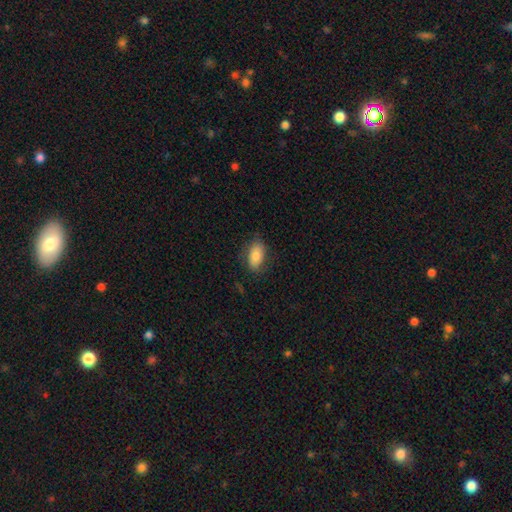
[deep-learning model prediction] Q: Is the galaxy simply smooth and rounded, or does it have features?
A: smooth — 82%.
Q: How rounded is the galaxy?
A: in between — 91%.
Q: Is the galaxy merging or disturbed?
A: none — 79%.